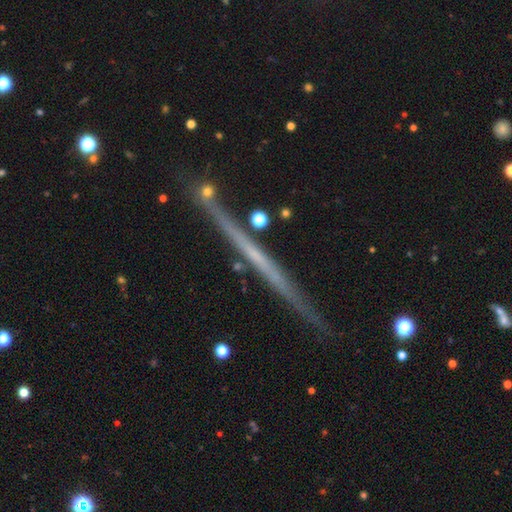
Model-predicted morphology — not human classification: type=featured or disk (68%); edge-on=yes (97%); edge-on bulge=none (90%); merging=none (86%).